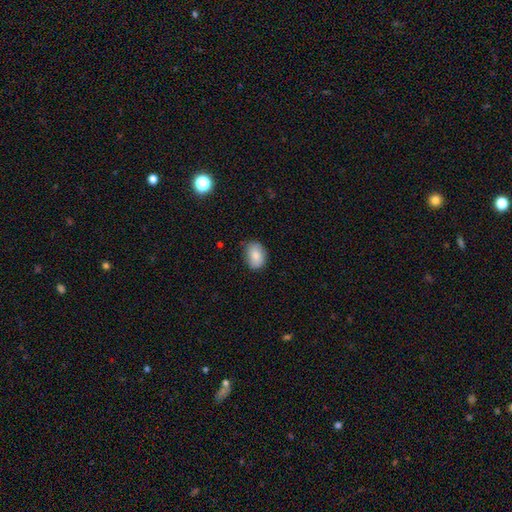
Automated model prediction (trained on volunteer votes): This is clearly a smooth galaxy (84%). How rounded: likely in between (75%). Merging: likely none (78%).